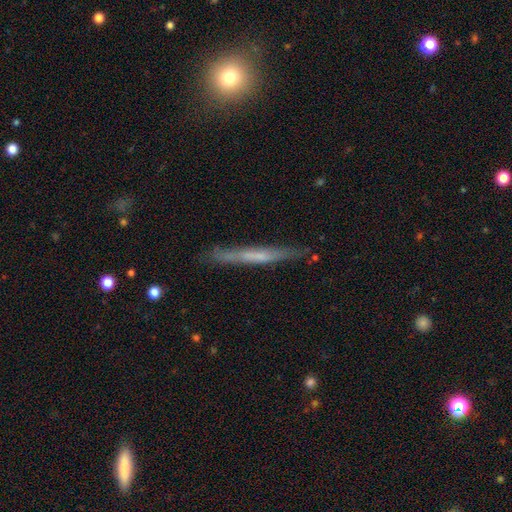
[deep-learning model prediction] A featured or disk galaxy (52%) viewed edge-on (94%).

Vote fractions:
- Smooth or featured? featured or disk: 52% / smooth: 41% / star or artifact: 6%
- Edge-on disk? yes: 94% / no: 6%
- Merging? none: 83% / minor disturbance: 13% / major disturbance: 3% / merger: 2%